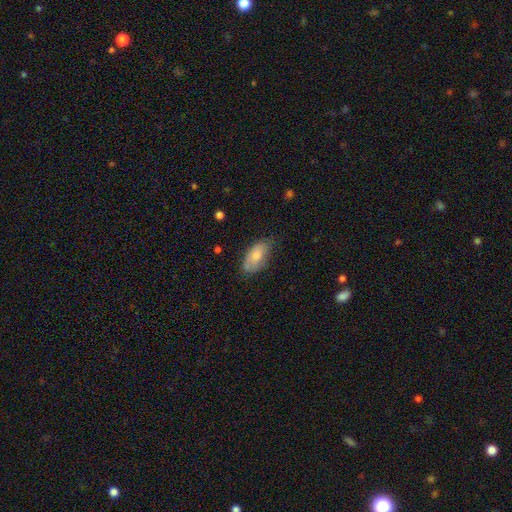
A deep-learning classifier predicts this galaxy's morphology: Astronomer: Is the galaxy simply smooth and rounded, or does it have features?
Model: smooth — 77%.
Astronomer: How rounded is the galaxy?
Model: in between — 92%.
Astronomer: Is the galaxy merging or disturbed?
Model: none — 62%.